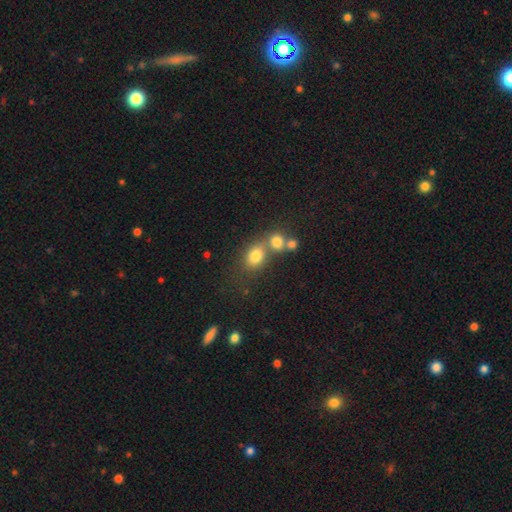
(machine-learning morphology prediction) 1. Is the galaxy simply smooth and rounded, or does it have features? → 78% smooth, 12% star or artifact, 10% featured or disk.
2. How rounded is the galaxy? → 51% in between, 48% round, 2% cigar-shaped.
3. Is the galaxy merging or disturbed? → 42% merger (tied), 42% none (tied), 10% minor disturbance, 6% major disturbance.